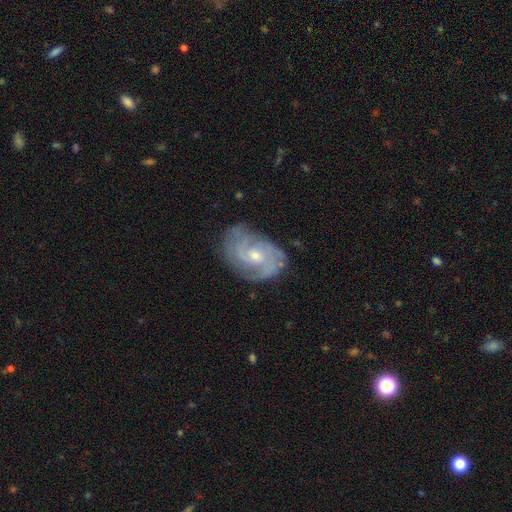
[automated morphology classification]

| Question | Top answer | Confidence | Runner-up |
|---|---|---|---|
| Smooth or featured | featured or disk | 82% | smooth (12%) |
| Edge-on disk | no | 97% | yes (3%) |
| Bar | no | 66% | weak (30%) |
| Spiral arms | yes | 93% | no (7%) |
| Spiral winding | tight | 47% | medium (41%) |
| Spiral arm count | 2 | 39% | can't tell (27%) |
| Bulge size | small | 52% | moderate (44%) |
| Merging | none | 68% | minor disturbance (22%) |